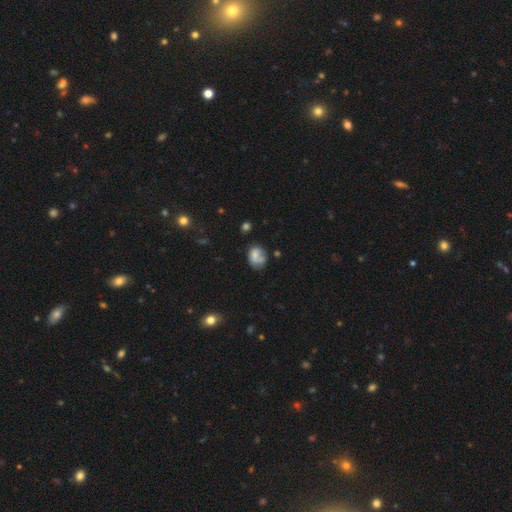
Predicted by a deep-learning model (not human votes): Morphology: type=smooth (65%); roundness=in between (54%); merging=none (44%).